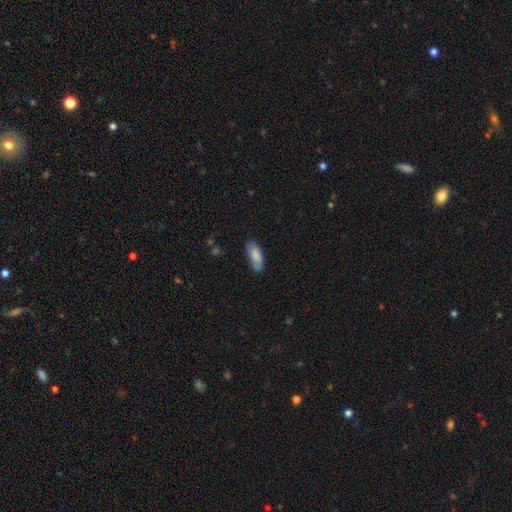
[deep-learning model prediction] The model was most divided on "merging": none: 73%, minor disturbance: 21%, major disturbance: 4%, merger: 2%. More confident: smooth or featured — smooth (81%); how rounded — in between (77%).